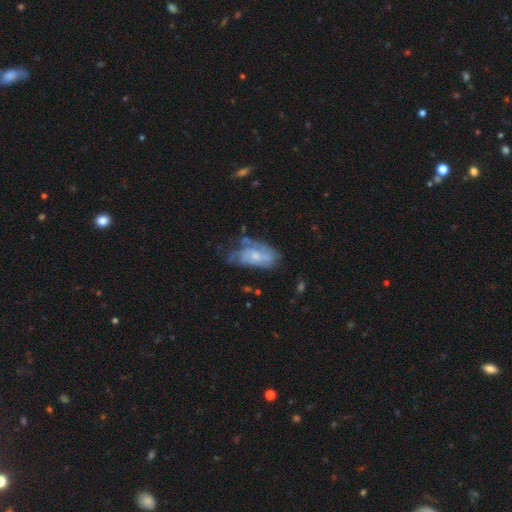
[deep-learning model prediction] smooth-or-featured: featured or disk: 63% | smooth: 29% | star or artifact: 7%
  disk-edge-on: no: 95% | yes: 5%
    bar: no: 73% | weak: 23% | strong: 4%
    has-spiral-arms: yes: 72% | no: 28%
    bulge-size: small: 50% | moderate: 38% | none: 8% | large: 3% | dominant: 1%
  merging: none: 41% | minor disturbance: 31% | major disturbance: 24% | merger: 5%